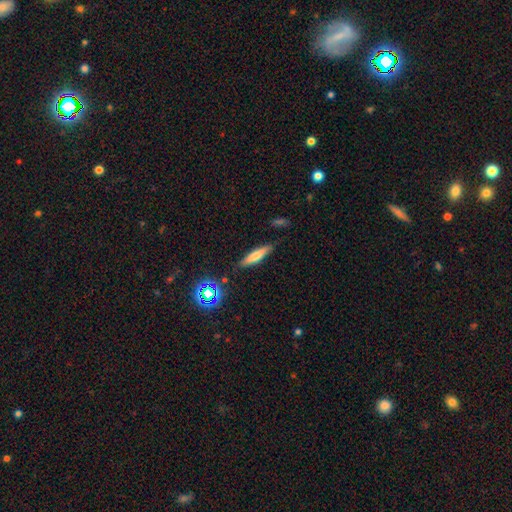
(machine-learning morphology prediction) Smooth or featured? smooth (62%)
How rounded? cigar-shaped (82%)
Merging? none (85%)